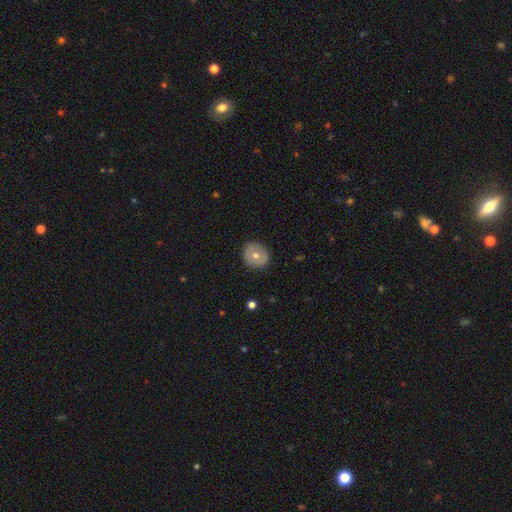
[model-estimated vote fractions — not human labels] smooth 61%, featured or disk 30%, star or artifact 9%. Down the decision tree: how rounded — round (89%); merging — none (89%).